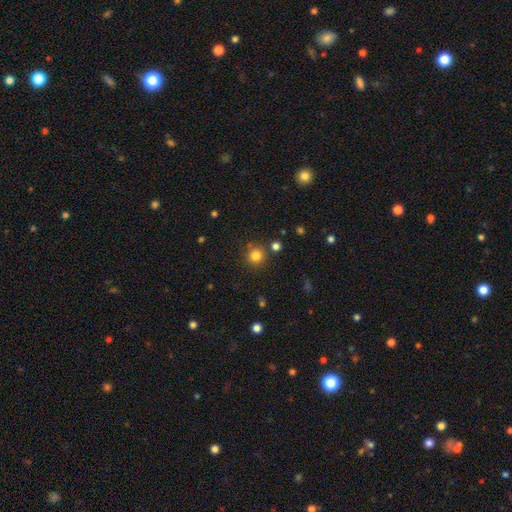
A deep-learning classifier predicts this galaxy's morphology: Overall: smooth (81%). How rounded: round (93%). Merging: none (84%).